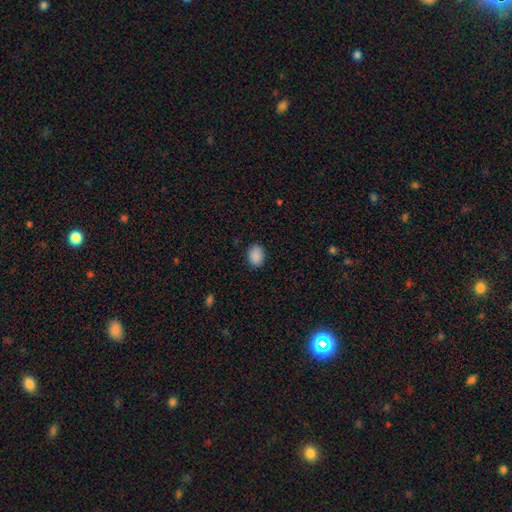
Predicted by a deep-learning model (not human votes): Overall: smooth (89%). How rounded: in between (66%; round 33%). Merging: none (84%).